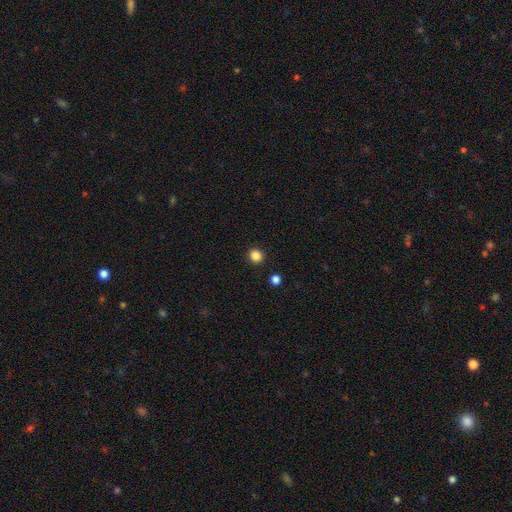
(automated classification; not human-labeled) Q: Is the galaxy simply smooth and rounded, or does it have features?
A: smooth — 85%.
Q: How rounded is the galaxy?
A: round — 92%.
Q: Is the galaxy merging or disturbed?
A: none — 92%.